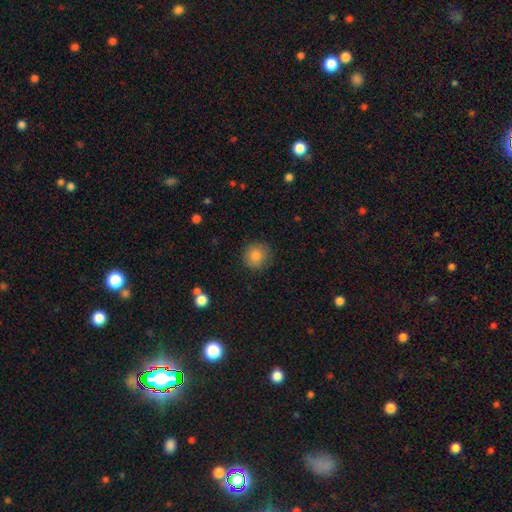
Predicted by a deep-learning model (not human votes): Smooth or featured? Predicted: smooth (p=0.83). How rounded? Predicted: round (p=0.91). Merging? Predicted: none (p=0.87).